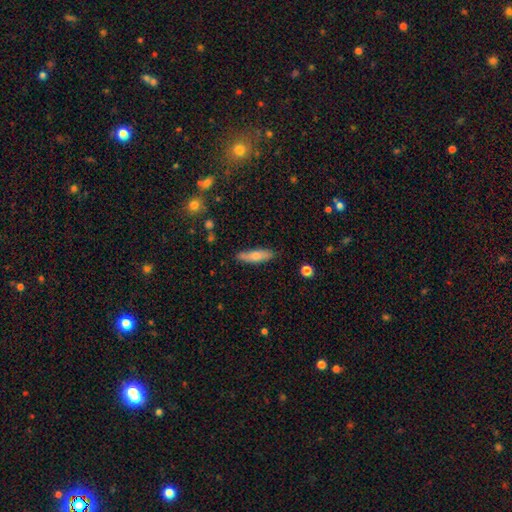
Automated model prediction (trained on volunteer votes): smooth_or_featured: smooth (p=0.73) [alt: featured or disk p=0.20]
how_rounded: cigar-shaped (p=0.66) [alt: in between p=0.33]
merging: none (p=0.80) [alt: minor disturbance p=0.15]